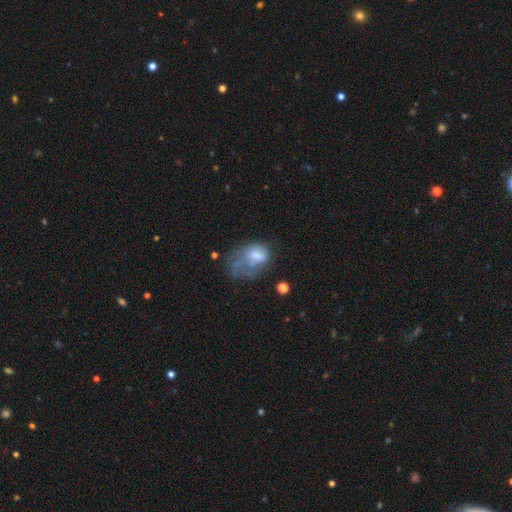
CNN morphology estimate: Smooth or featured?
  - smooth: 62% *
  - featured or disk: 27%
  - star or artifact: 11%
How rounded?
  - in between: 76% *
  - round: 22%
  - cigar-shaped: 1%
Merging?
  - major disturbance: 45% *
  - minor disturbance: 26%
  - none: 21%
  - merger: 9%